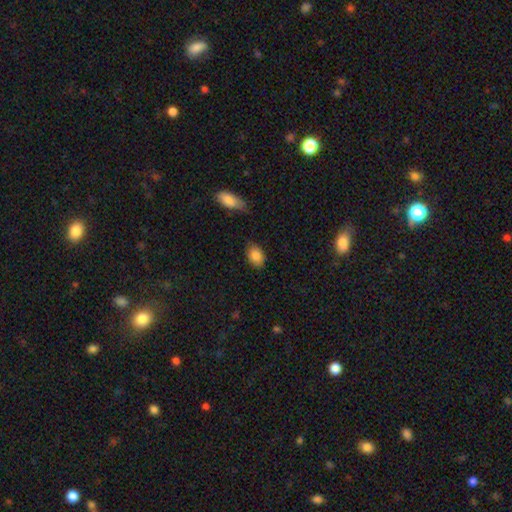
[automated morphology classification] smooth-or-featured: smooth: 85% | star or artifact: 8% | featured or disk: 7%
  how-rounded: in between: 74% | round: 25% | cigar-shaped: 1%
  merging: none: 79% | minor disturbance: 16% | major disturbance: 3% | merger: 2%